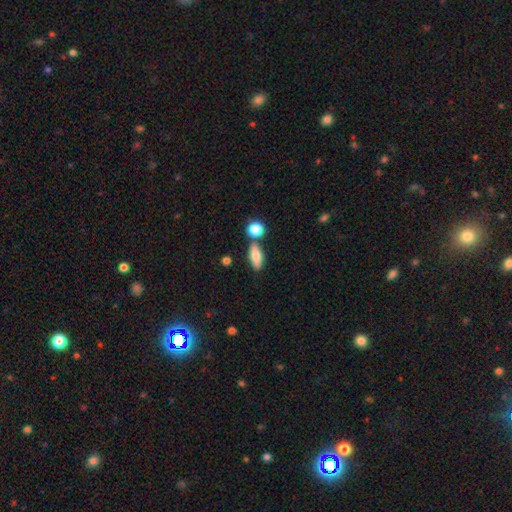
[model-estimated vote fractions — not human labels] smooth-or-featured: smooth: 78% | featured or disk: 14% | star or artifact: 8%
  how-rounded: in between: 66% | cigar-shaped: 26% | round: 8%
  merging: none: 72% | merger: 13% | minor disturbance: 12% | major disturbance: 3%